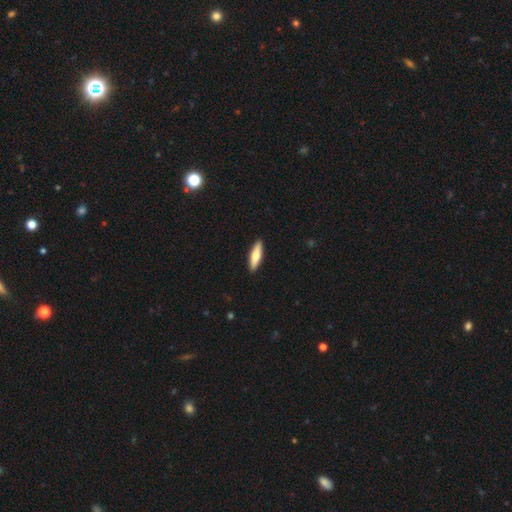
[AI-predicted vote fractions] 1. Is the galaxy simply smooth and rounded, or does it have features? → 62% smooth, 33% featured or disk, 5% star or artifact.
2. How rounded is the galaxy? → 66% cigar-shaped, 32% in between, 2% round.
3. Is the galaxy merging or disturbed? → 92% none, 6% minor disturbance, 1% major disturbance, 1% merger.